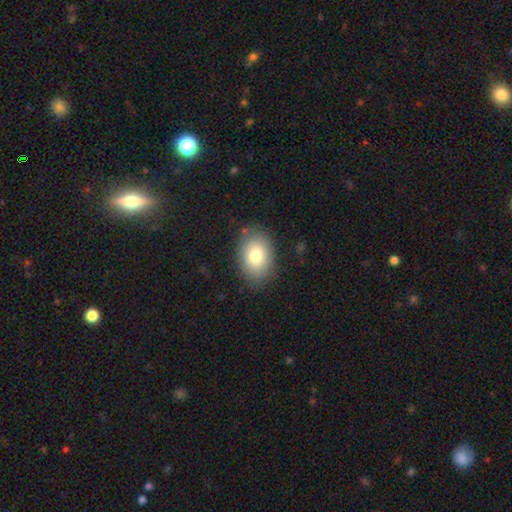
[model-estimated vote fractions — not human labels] Q: Smooth or featured?
A: smooth (78%); runner-up: featured or disk (13%)
Q: How rounded?
A: in between (77%); runner-up: round (22%)
Q: Merging?
A: none (83%); runner-up: minor disturbance (12%)